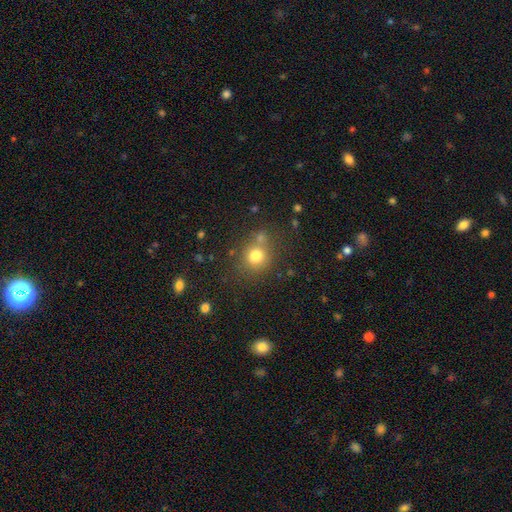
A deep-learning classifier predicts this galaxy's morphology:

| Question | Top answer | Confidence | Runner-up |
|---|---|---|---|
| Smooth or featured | smooth | 77% | star or artifact (14%) |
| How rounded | round | 86% | in between (13%) |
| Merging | none | 71% | merger (14%) |